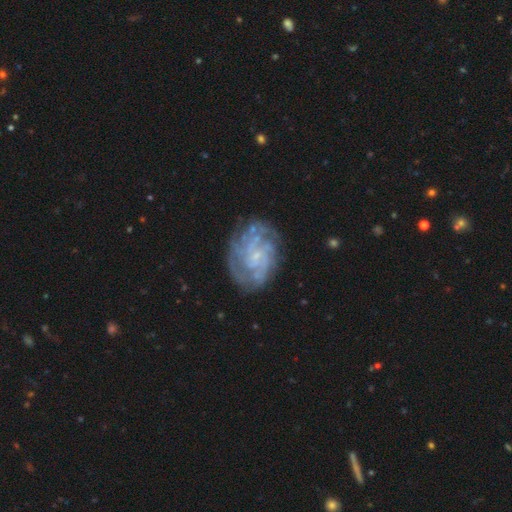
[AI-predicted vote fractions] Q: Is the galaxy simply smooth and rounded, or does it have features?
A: featured or disk — 82%.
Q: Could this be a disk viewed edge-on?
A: no — 98%.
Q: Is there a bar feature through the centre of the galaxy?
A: no — 62%.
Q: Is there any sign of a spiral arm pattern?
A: yes — 91%.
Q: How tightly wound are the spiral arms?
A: tight — 61%.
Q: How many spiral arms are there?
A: can't tell — 41%.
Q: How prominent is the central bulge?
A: small — 68%.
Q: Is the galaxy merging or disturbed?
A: none — 72%.